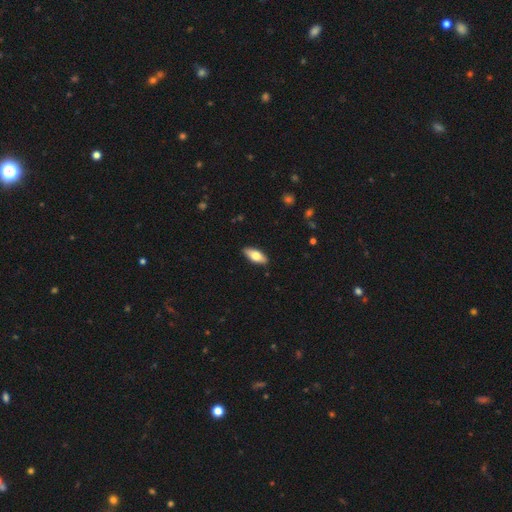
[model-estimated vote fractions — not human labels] This is likely a smooth galaxy (69%). How rounded: likely in between (79%). Merging: clearly none (89%).